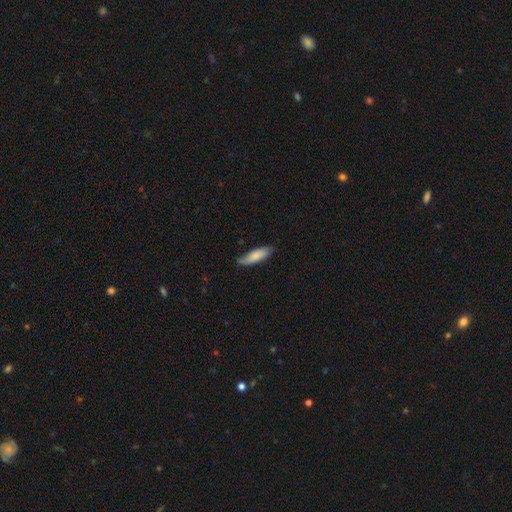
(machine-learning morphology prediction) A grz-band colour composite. It shows a smooth galaxy with no disk features (77%) that is in between round and cigar-shaped (50%). Merging: none (72%).